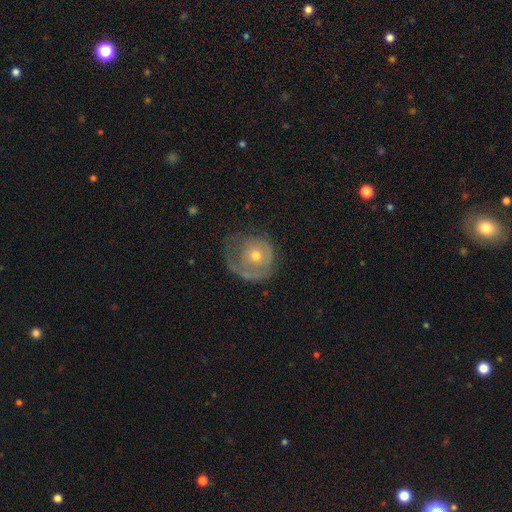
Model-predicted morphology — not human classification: smooth-or-featured: featured or disk: 57% | smooth: 36% | star or artifact: 7%
  disk-edge-on: no: 97% | yes: 3%
    bar: no: 85% | weak: 12% | strong: 2%
    has-spiral-arms: yes: 56% | no: 44%
    bulge-size: moderate: 60% | small: 35% | large: 3% | none: 1% | dominant: 1%
  merging: none: 45% | major disturbance: 27% | minor disturbance: 26% | merger: 2%